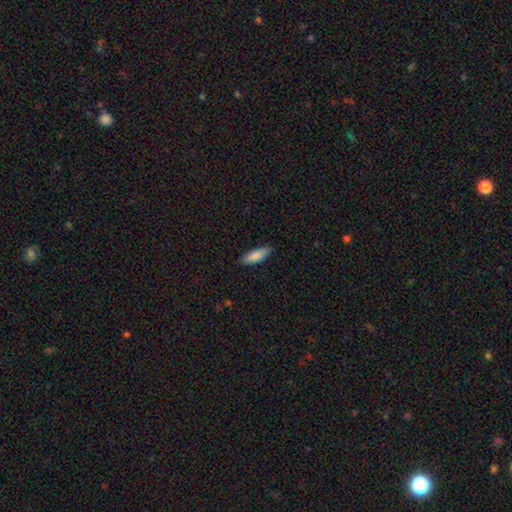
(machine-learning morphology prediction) The model was most divided on "how rounded": in between: 62%, cigar-shaped: 36%, round: 2%. More confident: smooth or featured — smooth (86%); merging — none (84%).